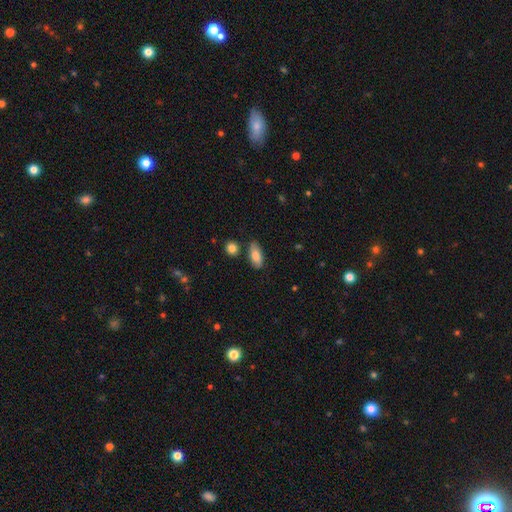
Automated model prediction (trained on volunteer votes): Smooth or featured? Predicted: smooth (p=0.82). How rounded? Predicted: in between (p=0.83). Merging? Predicted: none (p=0.76).